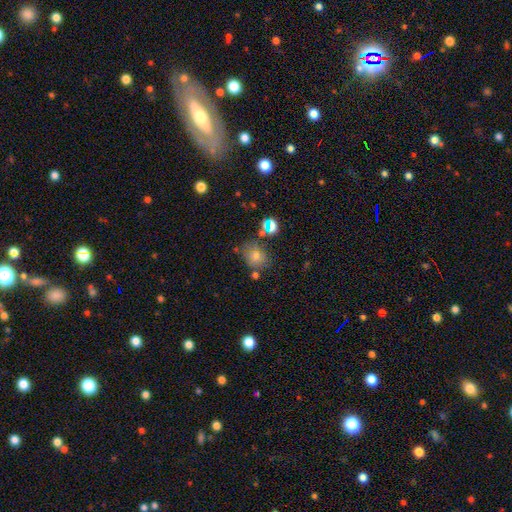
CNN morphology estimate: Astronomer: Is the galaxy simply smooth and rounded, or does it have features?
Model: smooth — 67%.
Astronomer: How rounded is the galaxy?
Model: round — 54% (runner-up: in between, 45%).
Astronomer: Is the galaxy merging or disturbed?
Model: none — 64%.